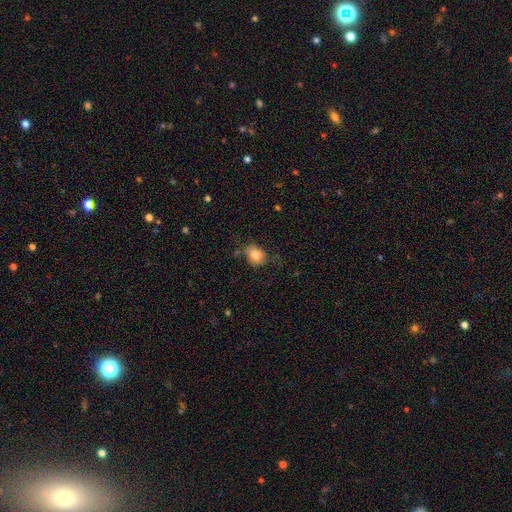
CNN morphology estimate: Q: Smooth or featured?
A: smooth (80%); runner-up: featured or disk (11%)
Q: How rounded?
A: in between (50%); runner-up: round (49%)
Q: Merging?
A: none (67%); runner-up: minor disturbance (23%)